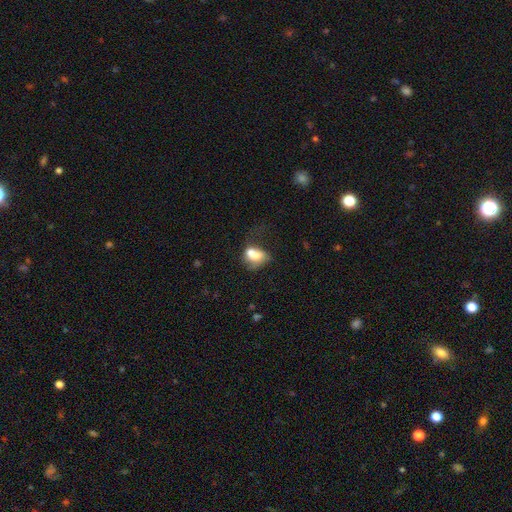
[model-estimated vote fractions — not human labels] smooth_or_featured: smooth (p=0.63) [alt: featured or disk p=0.27]
how_rounded: in between (p=0.67) [alt: round p=0.32]
merging: merger (p=0.54) [alt: major disturbance p=0.17]